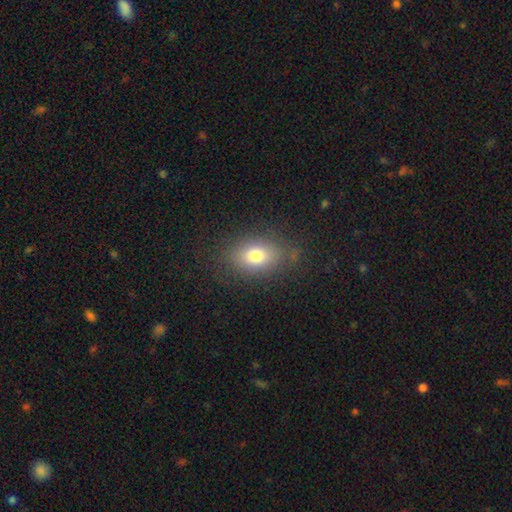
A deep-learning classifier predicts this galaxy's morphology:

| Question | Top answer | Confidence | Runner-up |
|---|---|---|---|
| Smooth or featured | smooth | 76% | featured or disk (12%) |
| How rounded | in between | 73% | round (25%) |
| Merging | none | 79% | minor disturbance (13%) |